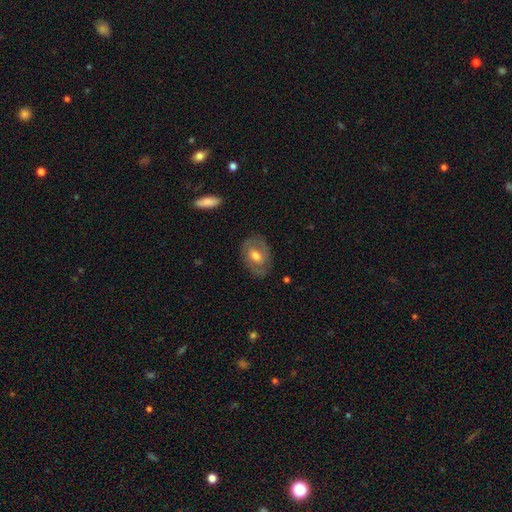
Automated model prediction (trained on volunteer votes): The model was most divided on "bar": no: 48%, weak: 40%, strong: 12%. More confident: edge-on disk — no (94%); merging — none (74%); bulge size — moderate (70%); spiral arms — yes (63%); smooth or featured — featured or disk (55%).